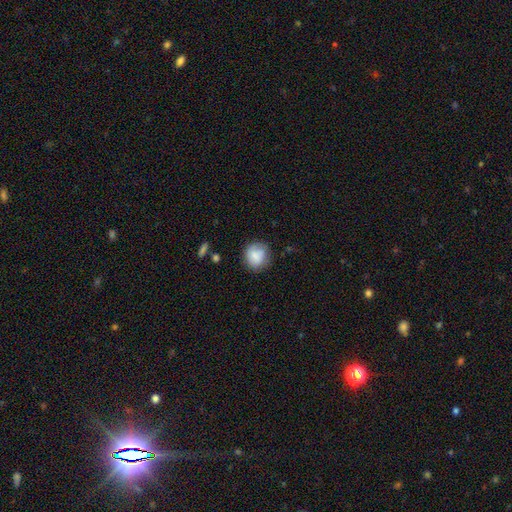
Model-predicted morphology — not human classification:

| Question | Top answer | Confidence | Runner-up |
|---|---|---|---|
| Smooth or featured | smooth | 83% | featured or disk (9%) |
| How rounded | round | 83% | in between (16%) |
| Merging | none | 74% | minor disturbance (19%) |